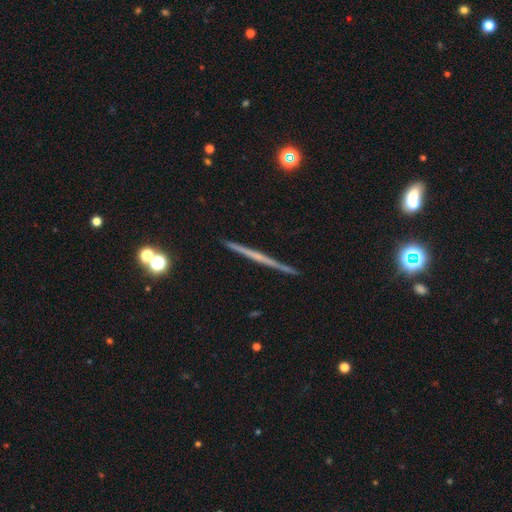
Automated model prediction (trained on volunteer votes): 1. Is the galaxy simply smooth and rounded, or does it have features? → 68% featured or disk, 25% smooth, 7% star or artifact.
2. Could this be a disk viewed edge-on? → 98% yes, 2% no.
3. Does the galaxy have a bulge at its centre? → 78% none, 17% rounded, 6% boxy.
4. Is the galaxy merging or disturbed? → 91% none, 6% minor disturbance, 2% merger, 1% major disturbance.